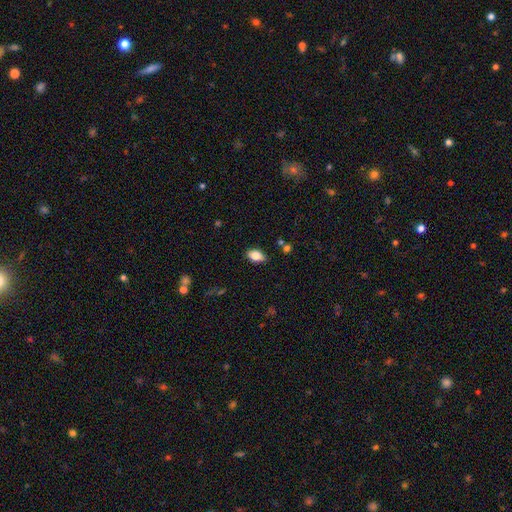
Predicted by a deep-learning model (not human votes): A smooth galaxy with no disk features (81%) that is in between round and cigar-shaped (89%). Merging: none (84%).